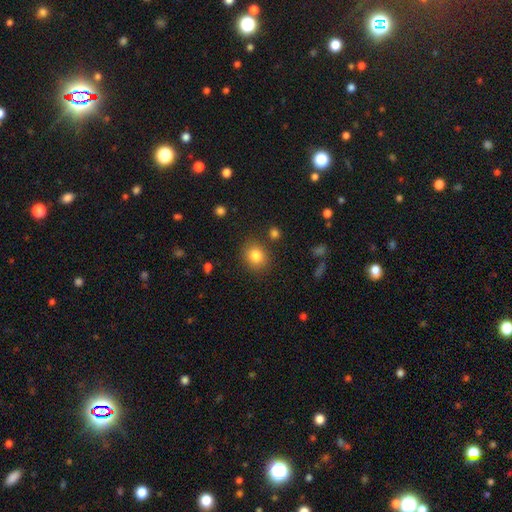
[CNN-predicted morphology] Overall: smooth (83%). How rounded: round (71%). Merging: none (83%).